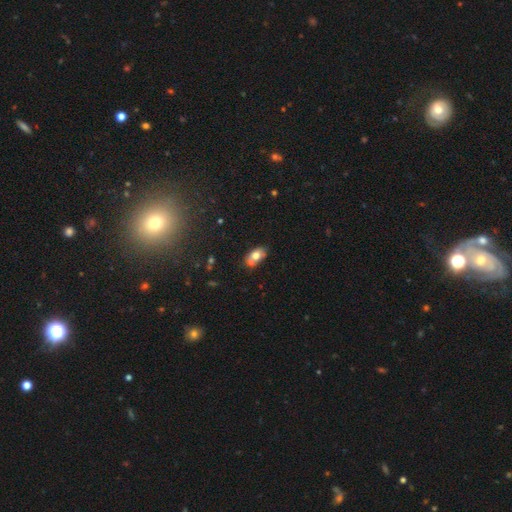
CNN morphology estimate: A smooth galaxy with no disk features (71%) that is in between round and cigar-shaped (88%).

Vote fractions:
- Smooth or featured? smooth: 71% / featured or disk: 21% / star or artifact: 8%
- How rounded? in between: 88% / round: 9% / cigar-shaped: 3%
- Merging? none: 54% / minor disturbance: 23% / merger: 17% / major disturbance: 6%